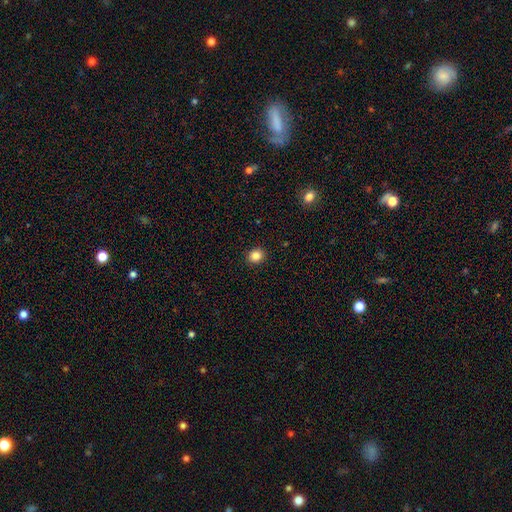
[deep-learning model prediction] A smooth galaxy with no disk features (85%) that is round (75%).

Vote fractions:
- Smooth or featured? smooth: 85% / star or artifact: 11% / featured or disk: 4%
- How rounded? round: 75% / in between: 24% / cigar-shaped: 1%
- Merging? none: 92% / minor disturbance: 5% / major disturbance: 2% / merger: 1%